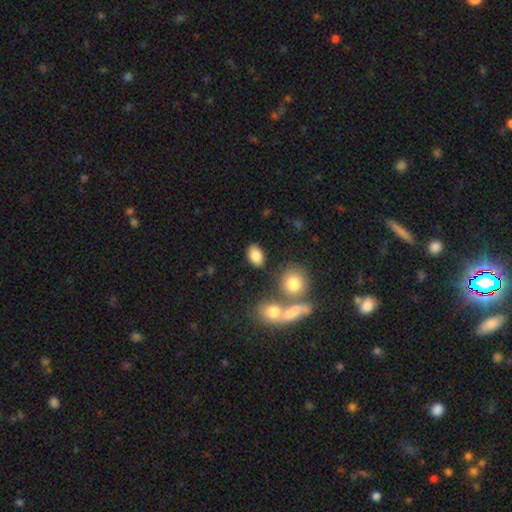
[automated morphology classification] This appears to be a smooth galaxy with no disk features (83%) that is in between round and cigar-shaped (83%). Merging: none (81%).